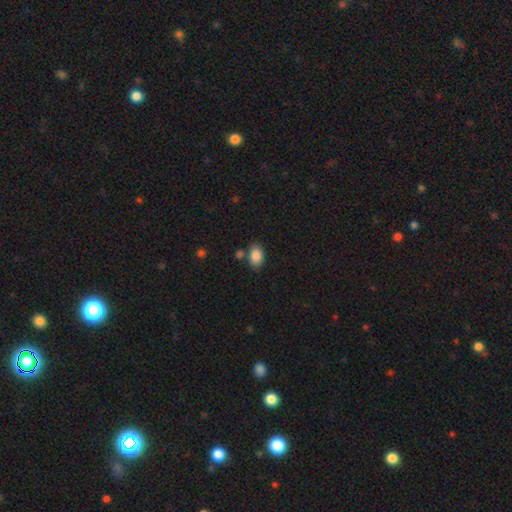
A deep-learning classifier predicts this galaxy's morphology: This appears to be a smooth galaxy with no disk features (87%) that is in between round and cigar-shaped (83%). Merging: none (74%).